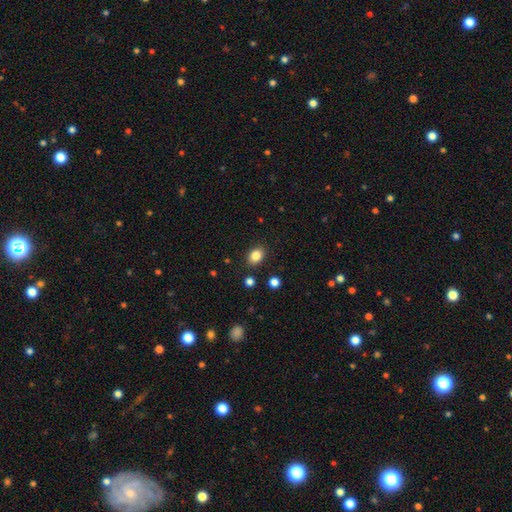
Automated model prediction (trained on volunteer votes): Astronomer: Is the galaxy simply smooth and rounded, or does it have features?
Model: smooth — 85%.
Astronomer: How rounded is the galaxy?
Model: in between — 67%.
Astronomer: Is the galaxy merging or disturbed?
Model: none — 86%.